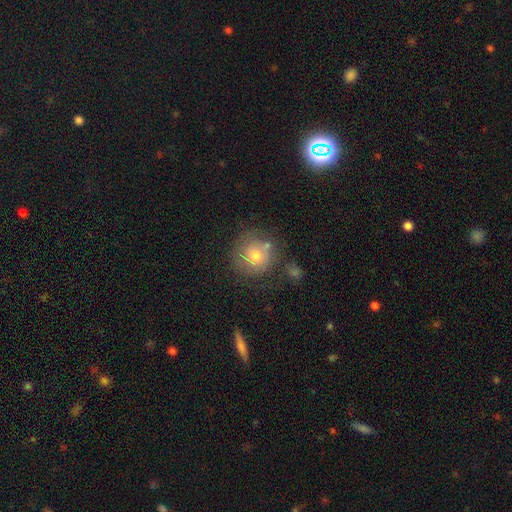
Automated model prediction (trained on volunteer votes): Smooth or featured? smooth (51%)
How rounded? round (91%)
Merging? none (67%)